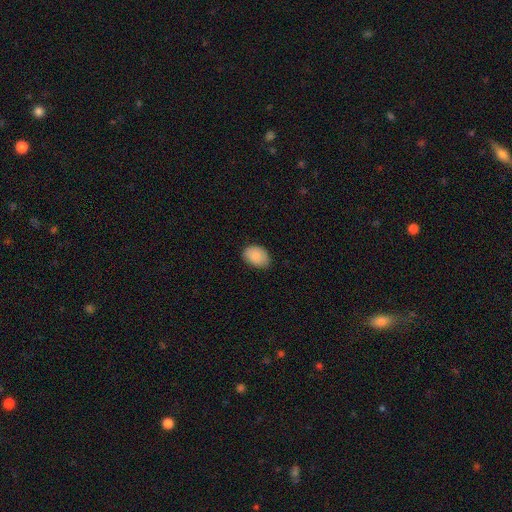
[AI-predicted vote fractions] The model was most divided on "merging": none: 80%, minor disturbance: 17%, major disturbance: 3%, merger: 1%. More confident: smooth or featured — smooth (88%); how rounded — in between (82%).